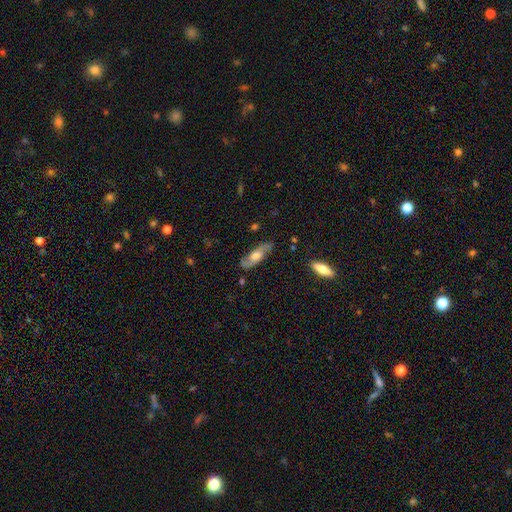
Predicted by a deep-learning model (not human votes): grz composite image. It shows a featured or disk galaxy (60%). Merging: none (80%).